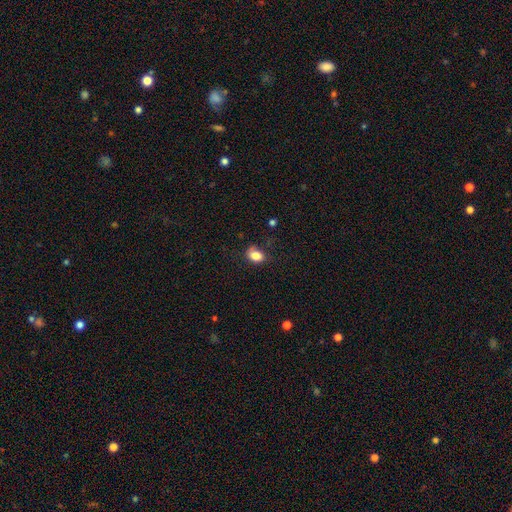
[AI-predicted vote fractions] The model was most divided on "merging": none: 60%, minor disturbance: 28%, major disturbance: 9%, merger: 3%. More confident: smooth or featured — smooth (83%); how rounded — in between (69%).